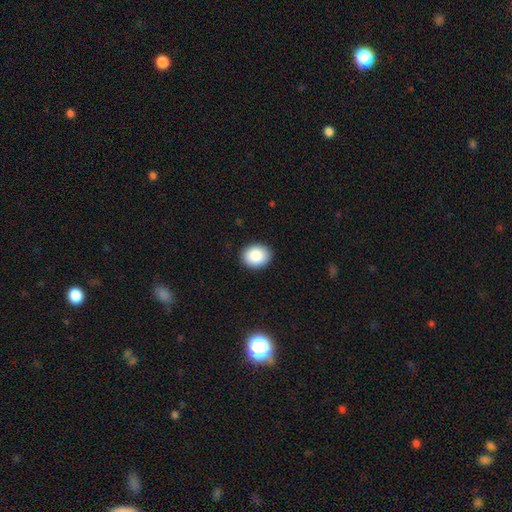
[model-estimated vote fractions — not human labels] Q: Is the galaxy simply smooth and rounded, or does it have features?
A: smooth — 89%.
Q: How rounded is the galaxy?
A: round — 56%.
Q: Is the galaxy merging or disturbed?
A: none — 91%.